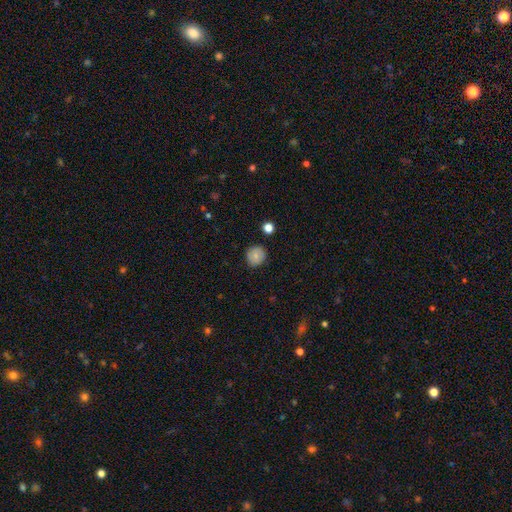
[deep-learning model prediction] The model was most divided on "smooth or featured": smooth: 80%, featured or disk: 11%, star or artifact: 9%. More confident: how rounded — round (91%); merging — none (86%).